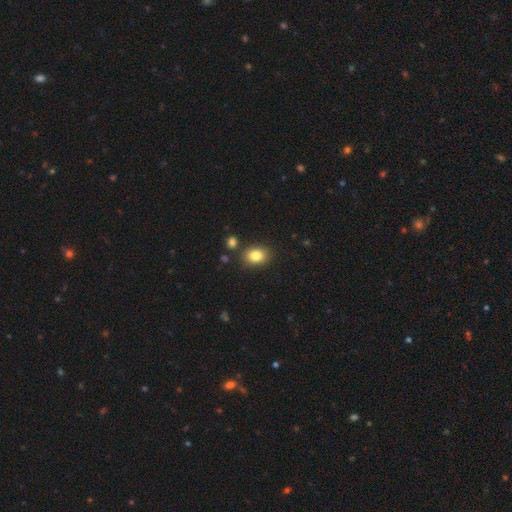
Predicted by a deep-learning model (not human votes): Smooth or featured? smooth (82%)
How rounded? in between (62%)
Merging? none (82%)